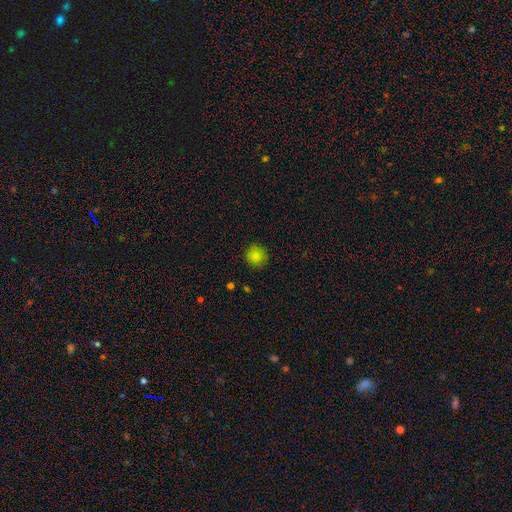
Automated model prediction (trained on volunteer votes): smooth-or-featured: smooth: 84% | star or artifact: 11% | featured or disk: 4%
  how-rounded: round: 91% | in between: 8% | cigar-shaped: 1%
  merging: none: 87% | minor disturbance: 9% | major disturbance: 2% | merger: 1%